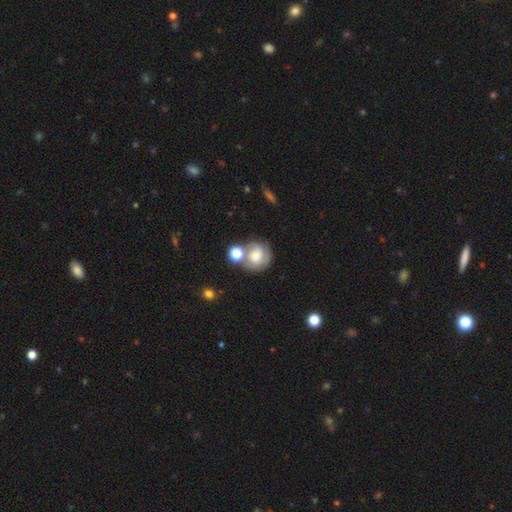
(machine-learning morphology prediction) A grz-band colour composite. It shows a featured or disk galaxy (48%). Merging: none (49%).